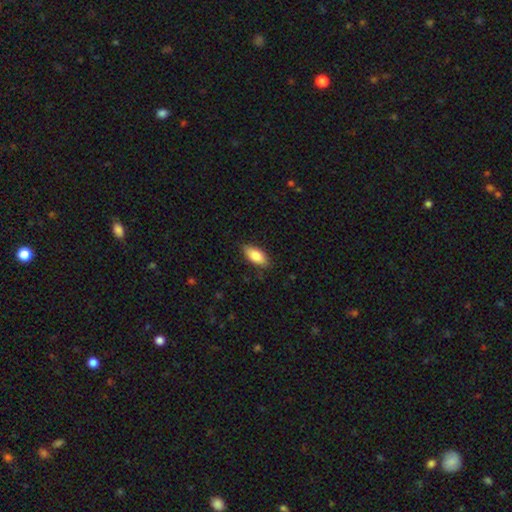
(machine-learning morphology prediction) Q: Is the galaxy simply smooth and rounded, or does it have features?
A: smooth — 84%.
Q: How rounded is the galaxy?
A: in between — 88%.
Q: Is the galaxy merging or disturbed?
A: none — 83%.